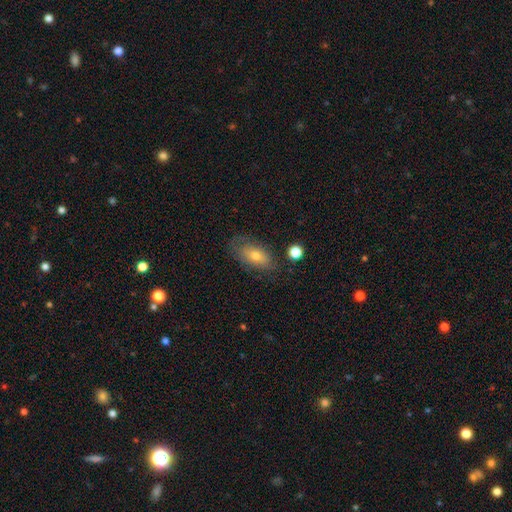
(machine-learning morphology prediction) Overall: smooth (62%; featured or disk 29%). How rounded: in between (88%). Merging: none (65%).